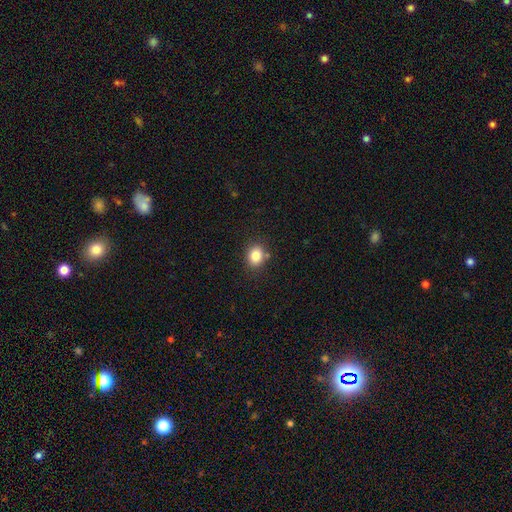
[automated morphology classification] The model was most divided on "how rounded": round: 55%, in between: 44%, cigar-shaped: 1%. More confident: smooth or featured — smooth (84%); merging — none (80%).